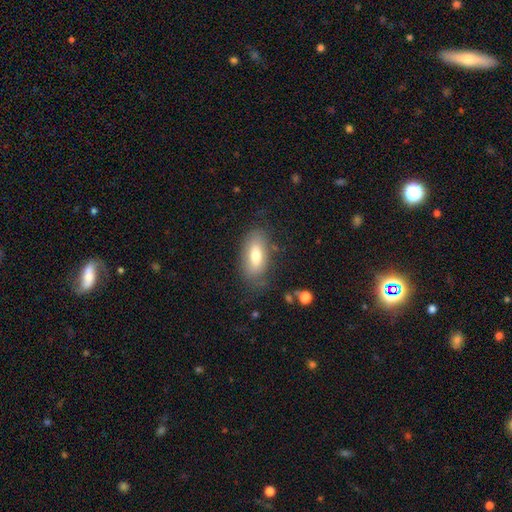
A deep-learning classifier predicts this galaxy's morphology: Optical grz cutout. It shows a smooth galaxy with no disk features (71%) that is in between round and cigar-shaped (87%). Merging: none (74%).